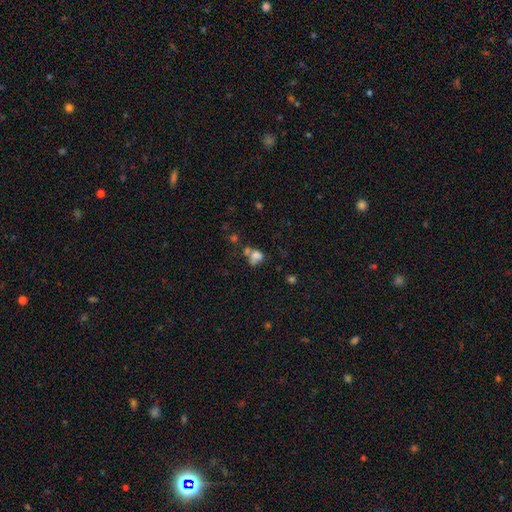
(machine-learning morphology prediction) Smooth or featured? smooth (71%)
How rounded? in between (53%)
Merging? merger (40%)